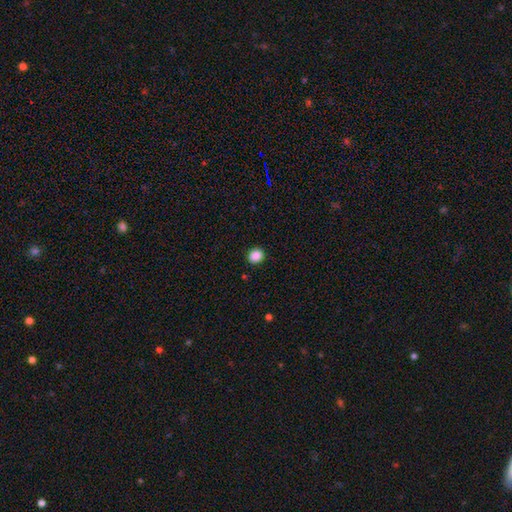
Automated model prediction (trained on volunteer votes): A smooth galaxy with no disk features (88%) that is round (73%).

Vote fractions:
- Smooth or featured? smooth: 88% / star or artifact: 9% / featured or disk: 2%
- How rounded? round: 73% / in between: 26% / cigar-shaped: 1%
- Merging? none: 91% / minor disturbance: 6% / major disturbance: 2% / merger: 1%